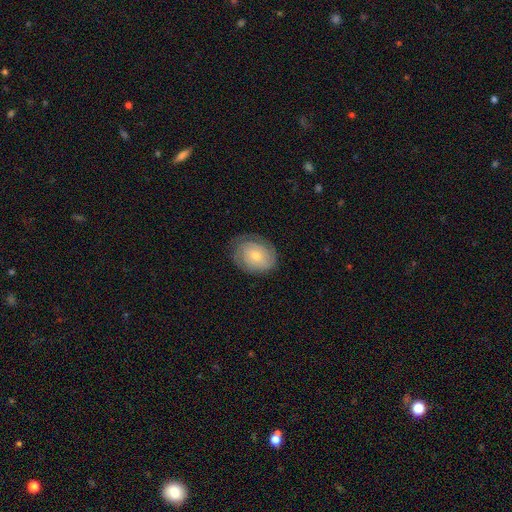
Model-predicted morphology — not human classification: featured or disk 59%, smooth 34%, star or artifact 8%. Down the decision tree: edge-on disk — no (96%); bar — no (75%); spiral arms — yes (83%); bulge size — small (56%); merging — none (73%).